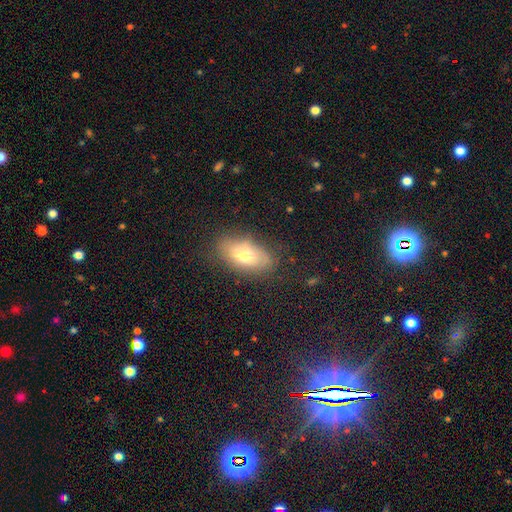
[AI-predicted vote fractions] Smooth or featured? Predicted: smooth (p=0.57). How rounded? Predicted: in between (p=0.87). Merging? Predicted: none (p=0.84).